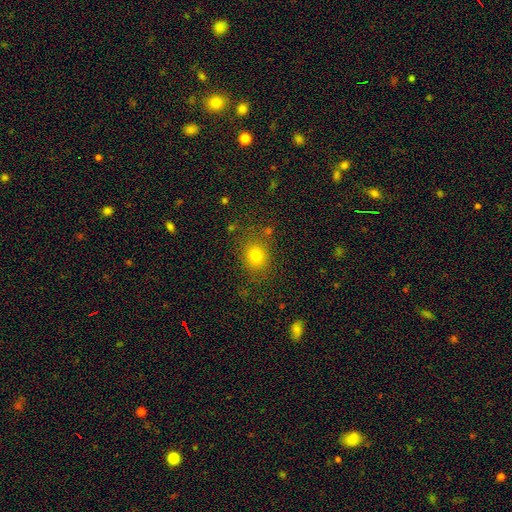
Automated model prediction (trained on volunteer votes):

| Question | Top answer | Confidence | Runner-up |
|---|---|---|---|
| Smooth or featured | smooth | 77% | star or artifact (15%) |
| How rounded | round | 68% | in between (31%) |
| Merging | none | 79% | minor disturbance (12%) |